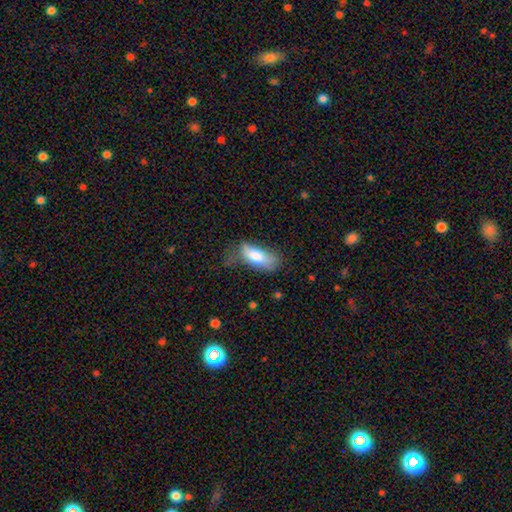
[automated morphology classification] This appears to be a smooth galaxy with no disk features (76%) that is in between round and cigar-shaped (81%). Merging: none (40%).